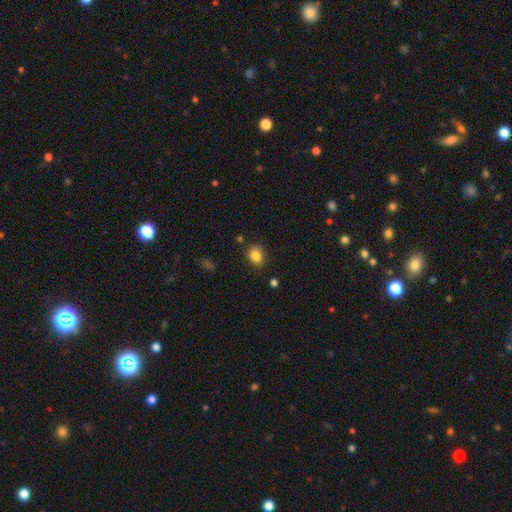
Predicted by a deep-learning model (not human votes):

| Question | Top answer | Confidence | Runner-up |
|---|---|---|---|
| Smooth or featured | smooth | 85% | star or artifact (10%) |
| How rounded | in between | 57% | round (42%) |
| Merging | none | 84% | minor disturbance (11%) |